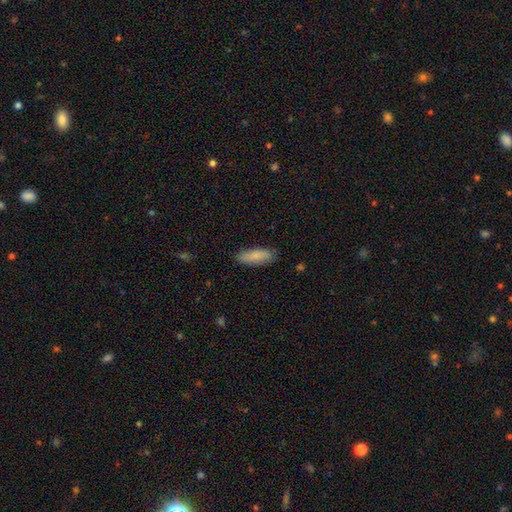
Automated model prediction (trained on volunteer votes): Overall: smooth (83%). How rounded: in between (63%; cigar-shaped 35%). Merging: none (84%).